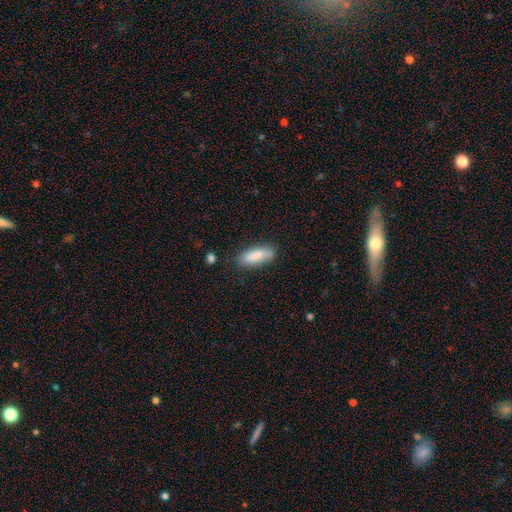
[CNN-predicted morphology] This appears to be a smooth galaxy with no disk features (84%) that is in between round and cigar-shaped (67%). Merging: none (76%).